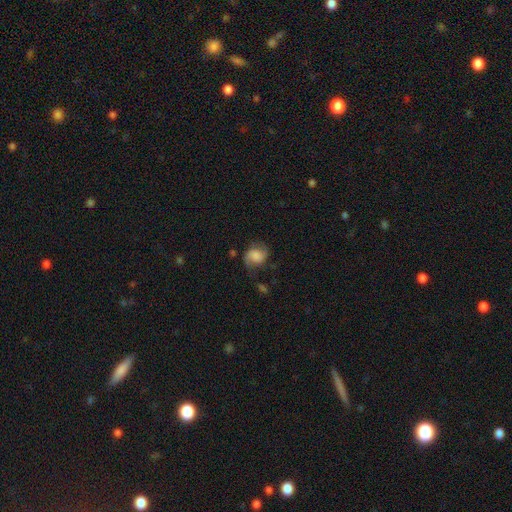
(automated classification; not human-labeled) A featured or disk galaxy (53%) with no bar (58%), spiral arms (91%) and no central bulge (34%). Merging: none (61%).